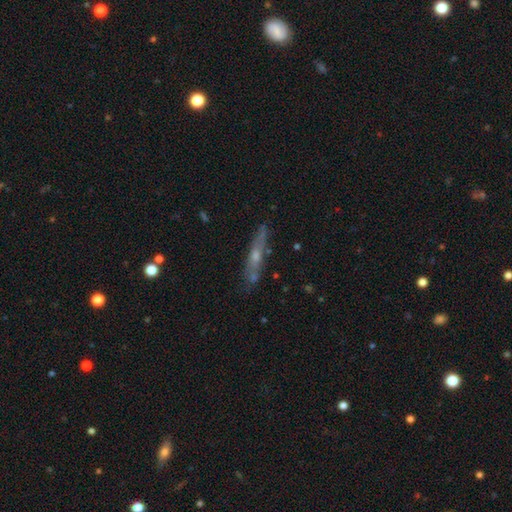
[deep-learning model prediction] This appears to be a featured or disk galaxy (61%) viewed edge-on (81%). Merging: none (75%).